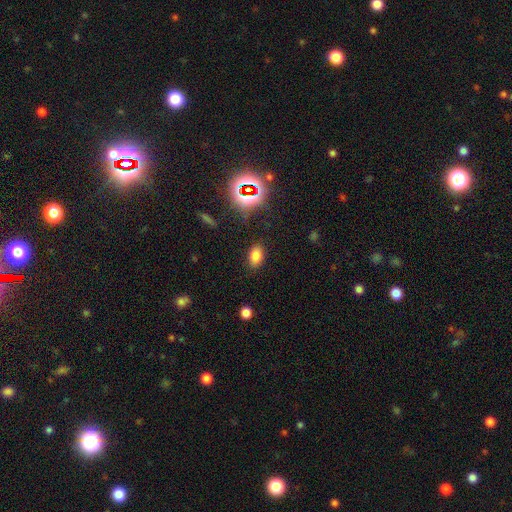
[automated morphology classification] A smooth galaxy with no disk features (77%) that is in between round and cigar-shaped (86%). Merging: none (85%).